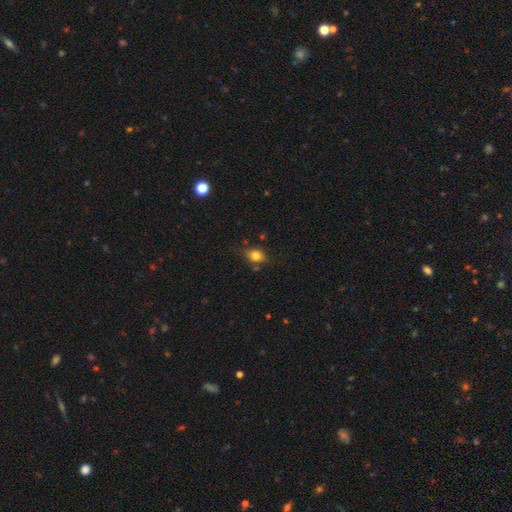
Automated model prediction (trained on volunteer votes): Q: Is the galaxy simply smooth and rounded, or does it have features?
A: smooth — 78%.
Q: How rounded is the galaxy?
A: in between — 55%.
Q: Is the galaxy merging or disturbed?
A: none — 68%.